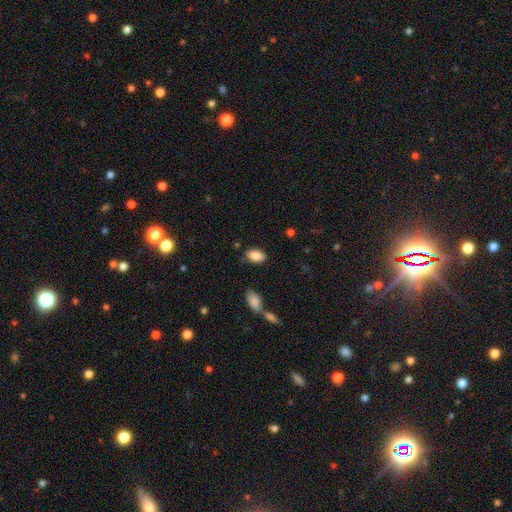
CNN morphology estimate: This appears to be a smooth galaxy with no disk features (87%) that is in between round and cigar-shaped (92%). Merging: none (82%).